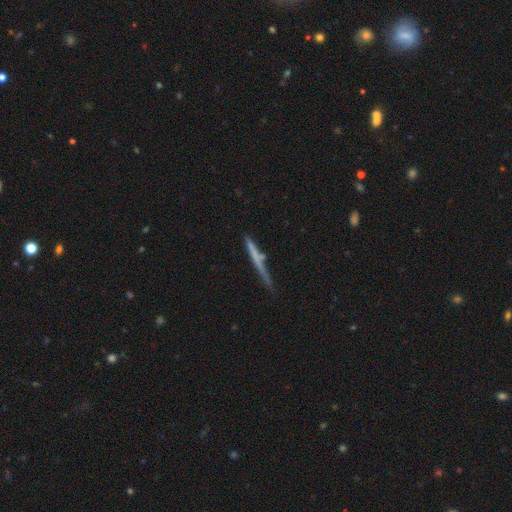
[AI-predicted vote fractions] Morphology: type=smooth (49%); merging=none (67%).